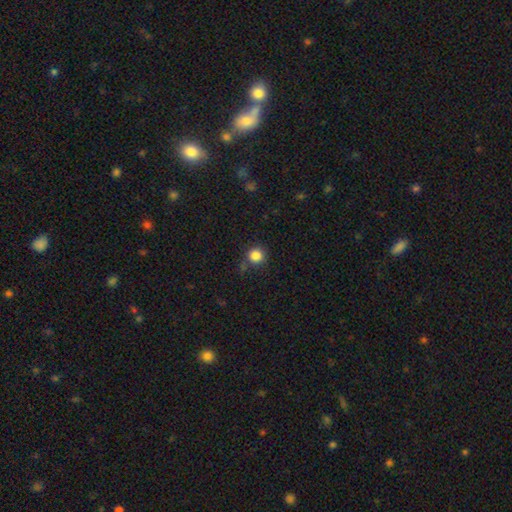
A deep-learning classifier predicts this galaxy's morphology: Smooth or featured? smooth (84%)
How rounded? round (93%)
Merging? none (79%)